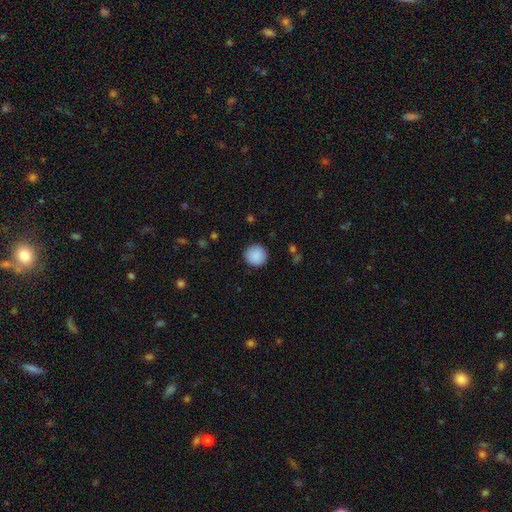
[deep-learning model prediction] smooth 89%, star or artifact 7%, featured or disk 3%. Down the decision tree: how rounded — round (95%); merging — none (91%).